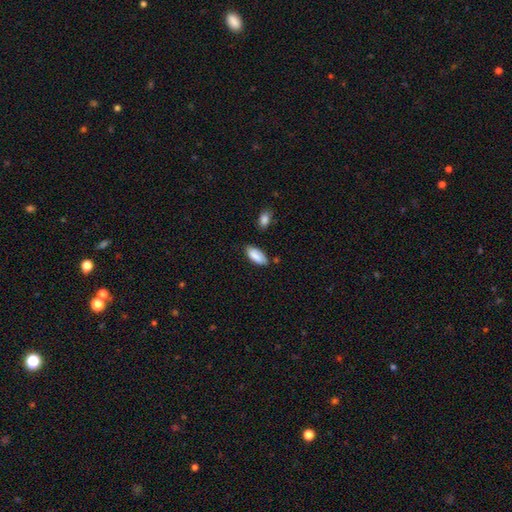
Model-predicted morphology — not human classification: A smooth galaxy with no disk features (88%) that is in between round and cigar-shaped (87%). Merging: none (74%).